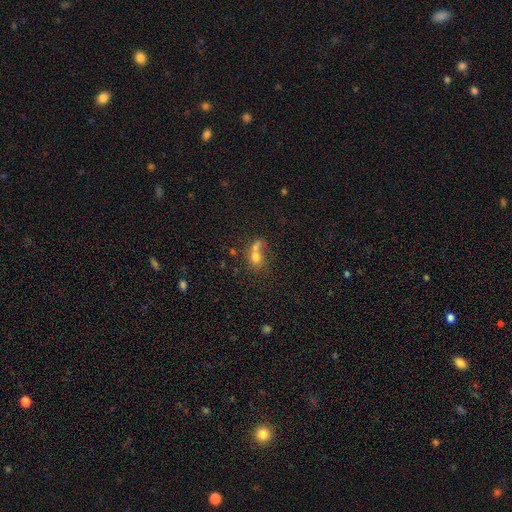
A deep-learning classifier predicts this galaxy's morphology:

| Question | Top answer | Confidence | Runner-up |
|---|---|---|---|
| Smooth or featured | smooth | 63% | featured or disk (19%) |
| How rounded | round | 58% | in between (40%) |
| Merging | merger | 46% | none (32%) |